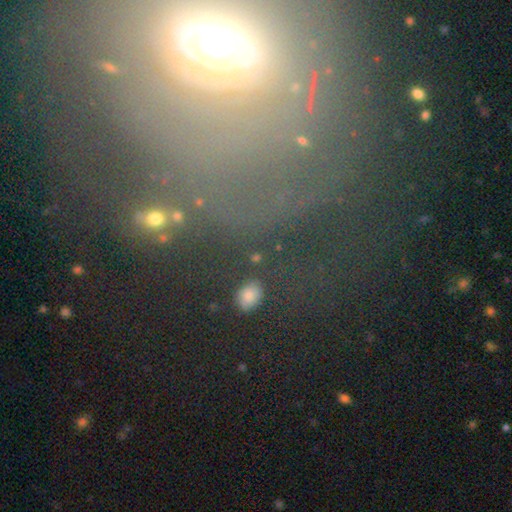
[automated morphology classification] type=smooth (45%); merging=none (75%).